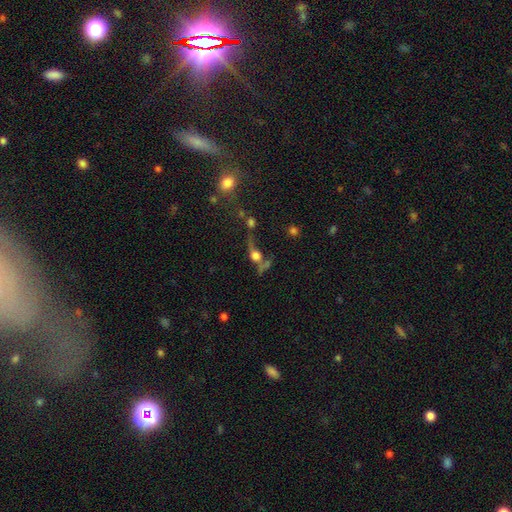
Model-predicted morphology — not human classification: This is marginally a featured or disk galaxy (40%). Merging: marginally none (37%).